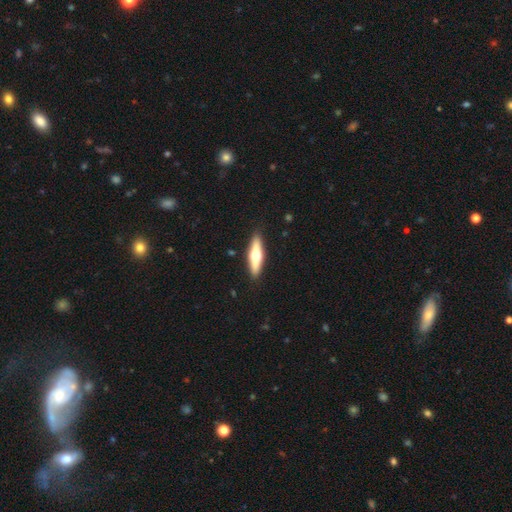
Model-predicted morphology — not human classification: The model was most divided on "smooth or featured": featured or disk: 52%, smooth: 43%, star or artifact: 5%. More confident: edge-on disk — yes (91%); merging — none (89%).